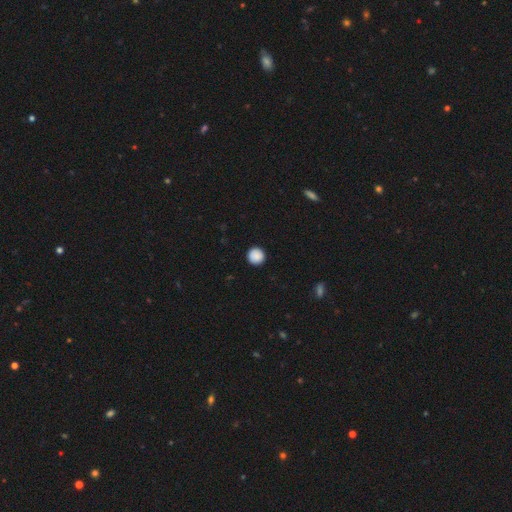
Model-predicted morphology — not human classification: Smooth or featured: smooth — 89% (star or artifact — 8%)
How rounded: round — 96% (in between — 3%)
Merging: none — 92% (minor disturbance — 5%)